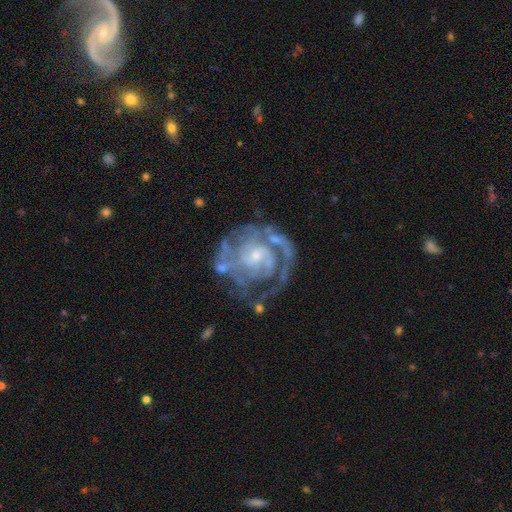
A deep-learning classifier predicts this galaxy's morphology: featured or disk 87%, smooth 7%, star or artifact 6%. Down the decision tree: edge-on disk — no (98%); bar — no (60%); spiral arms — yes (90%); spiral arm count — can't tell (34%); spiral winding — tight (61%); bulge size — small (60%); merging — none (58%).